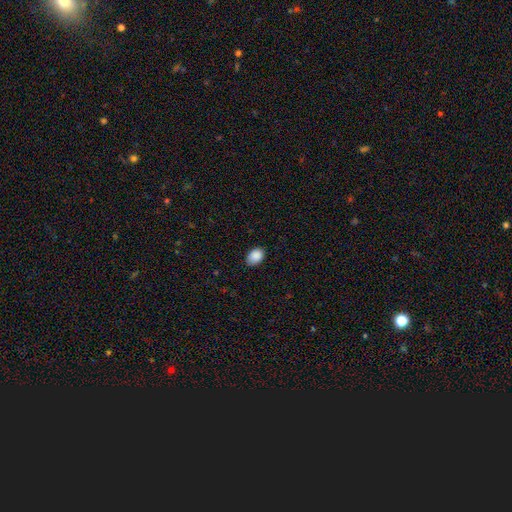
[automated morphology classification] Smooth or featured? smooth (89%)
How rounded? in between (76%)
Merging? none (82%)